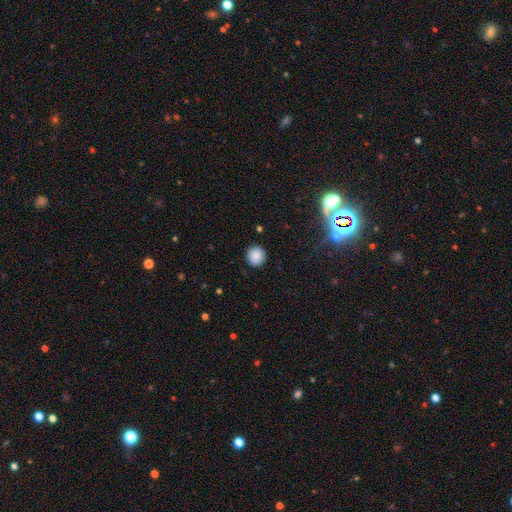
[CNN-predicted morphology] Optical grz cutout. It shows a smooth galaxy with no disk features (86%) that is round (94%). Merging: none (91%).